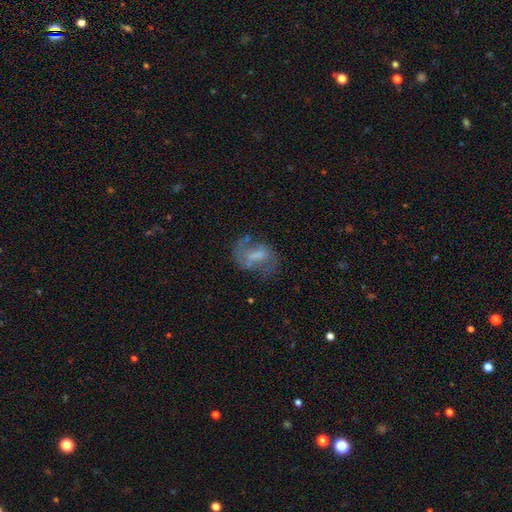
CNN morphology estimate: Q: Smooth or featured?
A: featured or disk (58%); runner-up: smooth (32%)
Q: Edge-on disk?
A: no (96%); runner-up: yes (4%)
Q: Bar?
A: weak (45%); runner-up: no (34%)
Q: Spiral arms?
A: yes (62%); runner-up: no (38%)
Q: Bulge size?
A: none (35%); runner-up: moderate (28%)
Q: Merging?
A: none (48%); runner-up: major disturbance (24%)